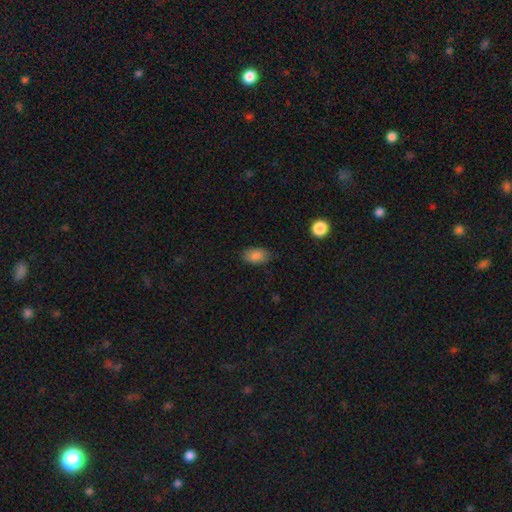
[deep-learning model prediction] This appears to be a smooth galaxy with no disk features (86%) that is in between round and cigar-shaped (90%). Merging: none (78%).